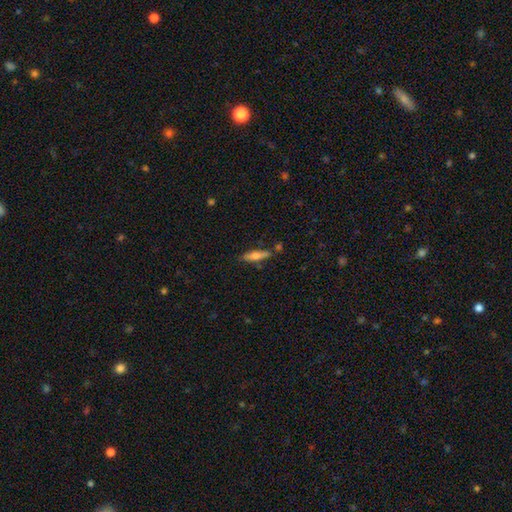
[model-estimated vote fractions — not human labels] Smooth or featured? Predicted: smooth (p=0.60). How rounded? Predicted: cigar-shaped (p=0.71). Merging? Predicted: none (p=0.73).